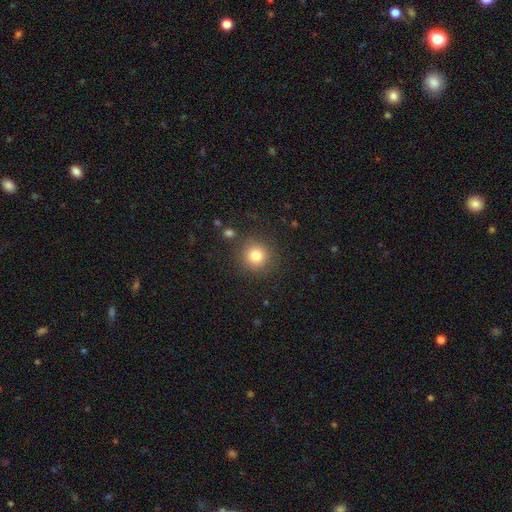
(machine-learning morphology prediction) type=smooth (81%); roundness=round (93%); merging=none (86%).